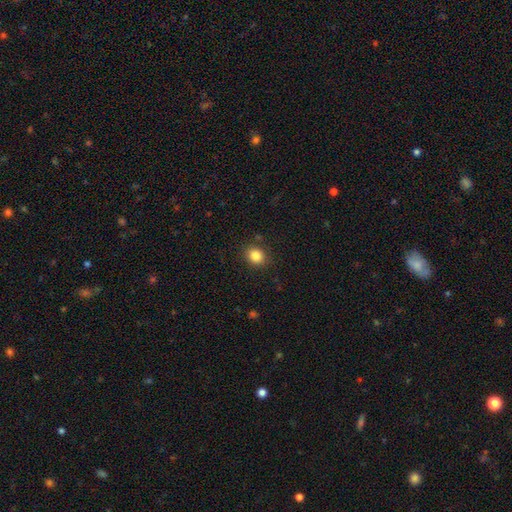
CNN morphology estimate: smooth 85%, star or artifact 11%, featured or disk 5%. Down the decision tree: how rounded — round (63%); merging — none (86%).